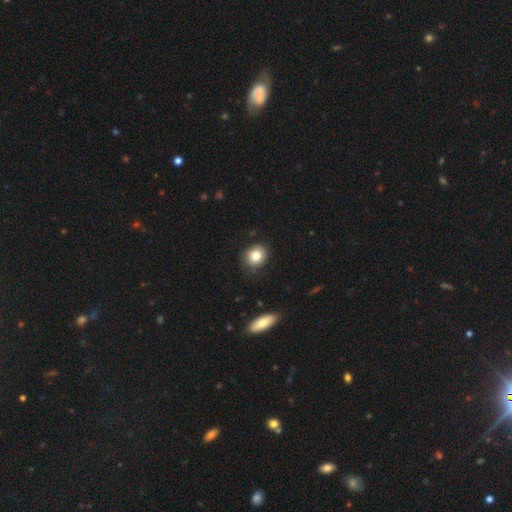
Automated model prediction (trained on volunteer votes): smooth-or-featured: smooth: 82% | star or artifact: 10% | featured or disk: 9%
  how-rounded: round: 73% | in between: 26% | cigar-shaped: 1%
  merging: none: 84% | minor disturbance: 12% | major disturbance: 2% | merger: 1%